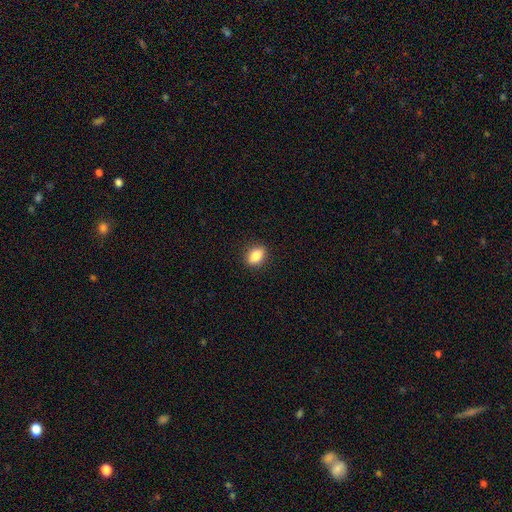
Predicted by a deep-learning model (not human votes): Smooth or featured: smooth — 85% (star or artifact — 8%)
How rounded: in between — 76% (round — 21%)
Merging: none — 89% (minor disturbance — 8%)